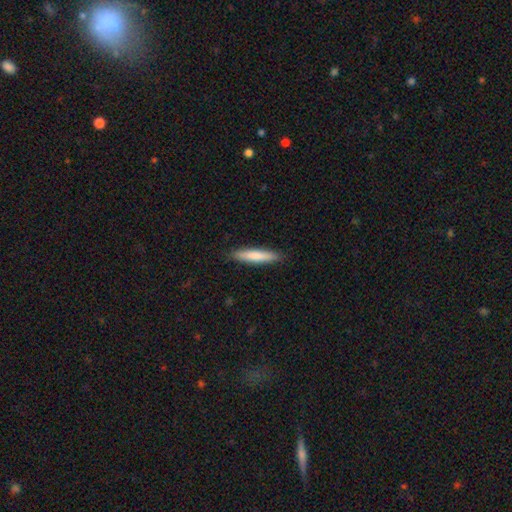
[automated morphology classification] This appears to be a smooth galaxy with no disk features (78%) that is cigar-shaped (90%). Merging: none (89%).